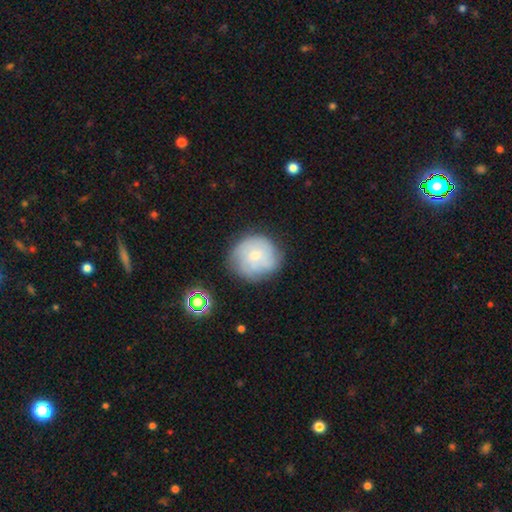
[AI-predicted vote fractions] smooth-or-featured: smooth: 53% | featured or disk: 39% | star or artifact: 8%
  how-rounded: round: 90% | in between: 9% | cigar-shaped: 1%
  merging: none: 71% | minor disturbance: 19% | major disturbance: 6% | merger: 3%